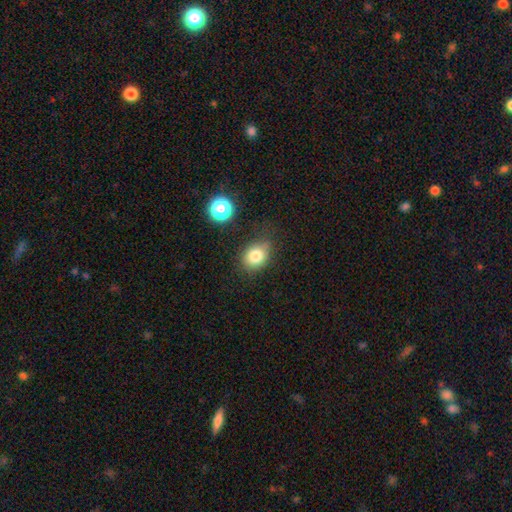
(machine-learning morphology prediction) Overall: smooth (81%). How rounded: round (51%; in between 48%). Merging: none (67%).